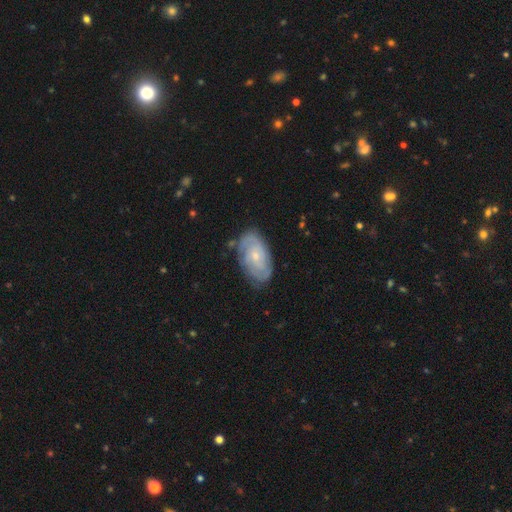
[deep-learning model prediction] A featured or disk galaxy (73%) with no bar (71%), tight (66%) spiral arms (90%) and a small central bulge (72%).

Vote fractions:
- Smooth or featured? featured or disk: 73% / smooth: 21% / star or artifact: 6%
- Edge-on disk? no: 96% / yes: 4%
- Bar? no: 71% / weak: 25% / strong: 4%
- Spiral arms? yes: 90% / no: 10%
- Spiral winding? tight: 66% / medium: 27% / loose: 7%
- Spiral arm count? can't tell: 39% / 2: 33% / 3: 14% / 4: 6% / 1: 4% / more than 4: 4%
- Bulge size? small: 72% / moderate: 23% / none: 2% / large: 1% / dominant: 1%
- Merging? none: 73% / minor disturbance: 20% / major disturbance: 5% / merger: 2%